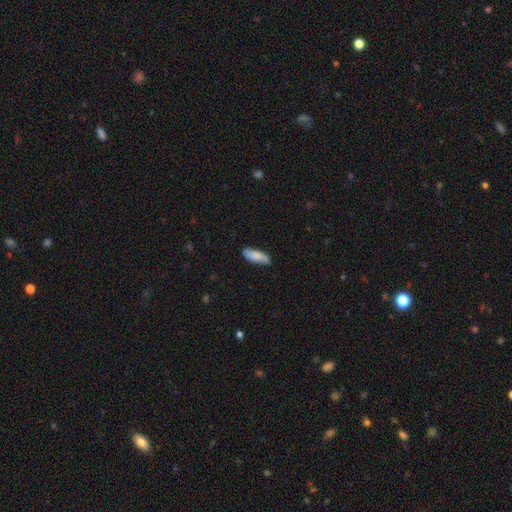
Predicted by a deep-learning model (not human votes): smooth-or-featured: smooth: 71% | featured or disk: 22% | star or artifact: 6%
  how-rounded: in between: 71% | cigar-shaped: 27% | round: 2%
  merging: none: 74% | minor disturbance: 20% | major disturbance: 4% | merger: 2%